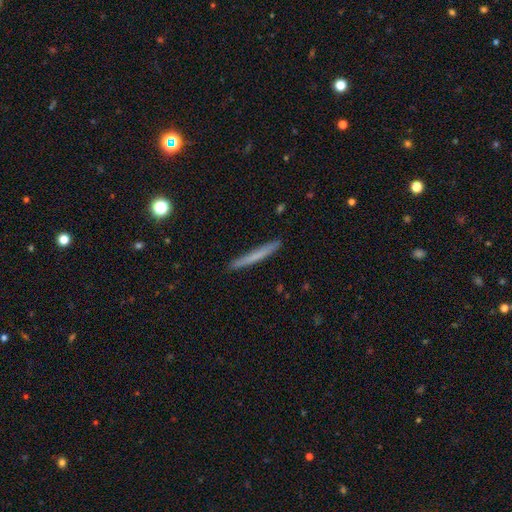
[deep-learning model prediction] Smooth or featured?
  - smooth: 63% *
  - featured or disk: 30%
  - star or artifact: 7%
How rounded?
  - cigar-shaped: 97% *
  - in between: 2%
  - round: 1%
Merging?
  - none: 90% *
  - minor disturbance: 8%
  - major disturbance: 1%
  - merger: 1%